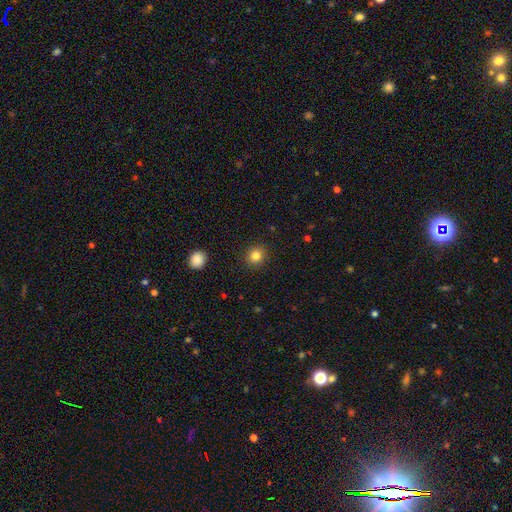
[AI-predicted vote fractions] smooth-or-featured: smooth: 84% | star or artifact: 11% | featured or disk: 5%
  how-rounded: round: 86% | in between: 13% | cigar-shaped: 1%
  merging: none: 91% | minor disturbance: 6% | major disturbance: 2% | merger: 1%